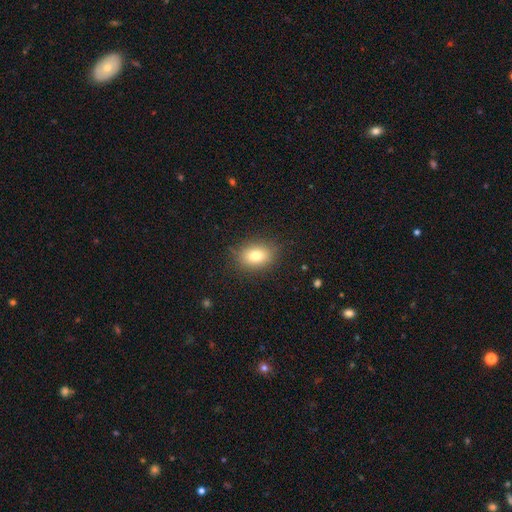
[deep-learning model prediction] This appears to be a smooth galaxy with no disk features (79%) that is in between round and cigar-shaped (64%). Merging: none (85%).